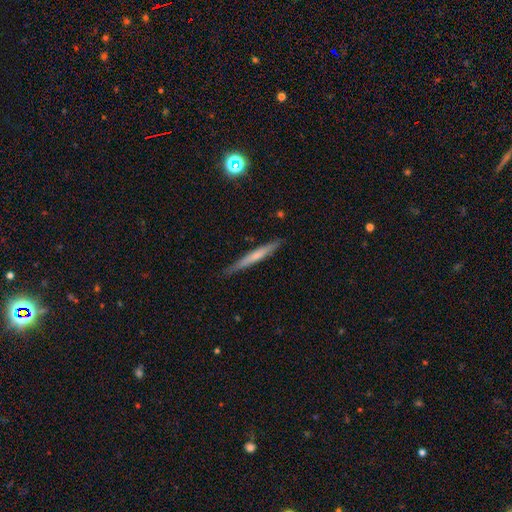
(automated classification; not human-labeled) Smooth or featured: smooth — 53% (featured or disk — 41%)
How rounded: cigar-shaped — 96% (in between — 3%)
Merging: none — 86% (minor disturbance — 11%)